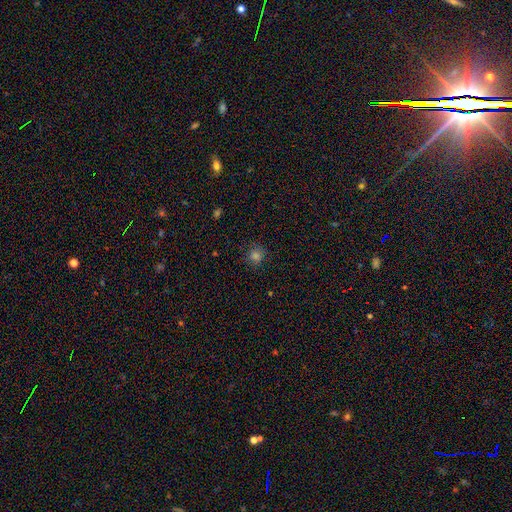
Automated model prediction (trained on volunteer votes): The model was most divided on "smooth or featured": smooth: 76%, star or artifact: 19%, featured or disk: 5%. More confident: how rounded — round (91%); merging — none (87%).